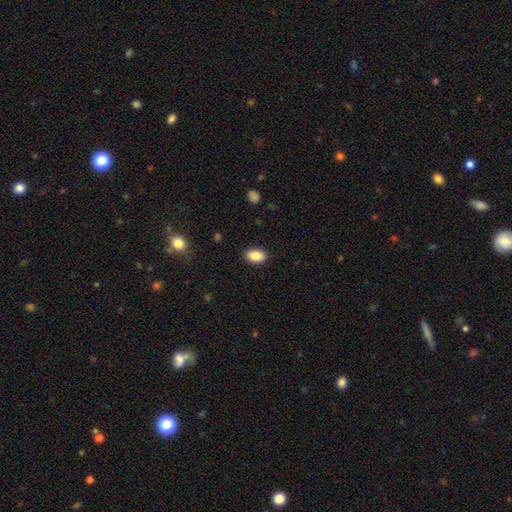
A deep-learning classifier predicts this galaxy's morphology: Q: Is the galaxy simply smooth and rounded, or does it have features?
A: smooth — 87%.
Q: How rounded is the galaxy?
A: in between — 89%.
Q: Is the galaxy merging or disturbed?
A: none — 89%.